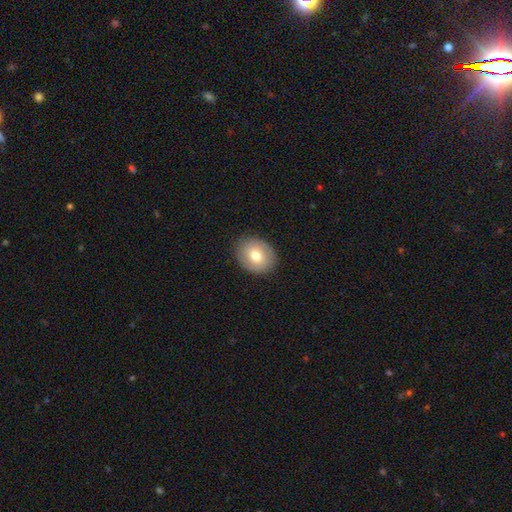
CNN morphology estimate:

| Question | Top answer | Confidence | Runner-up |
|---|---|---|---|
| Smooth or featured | smooth | 72% | featured or disk (21%) |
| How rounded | round | 53% | in between (46%) |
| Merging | none | 87% | minor disturbance (9%) |